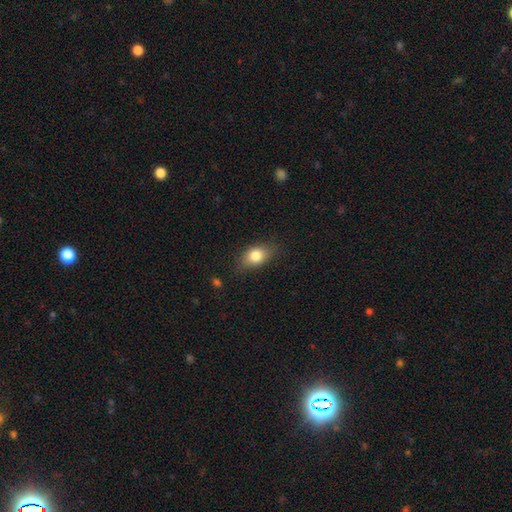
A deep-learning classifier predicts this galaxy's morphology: smooth 80%, featured or disk 11%, star or artifact 8%. Down the decision tree: how rounded — in between (77%); merging — none (77%).